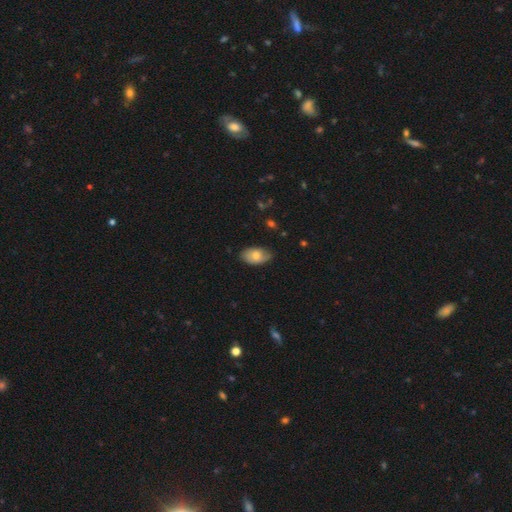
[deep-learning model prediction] smooth 70%, featured or disk 23%, star or artifact 7%. Down the decision tree: how rounded — in between (92%); merging — none (69%).